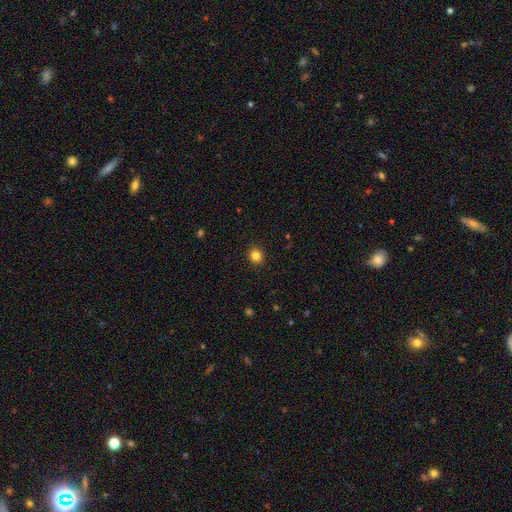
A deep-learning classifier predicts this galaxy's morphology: smooth 84%, star or artifact 12%, featured or disk 4%. Down the decision tree: how rounded — round (87%); merging — none (92%).